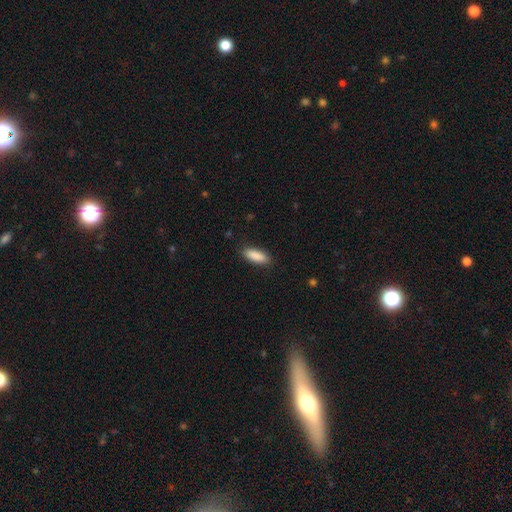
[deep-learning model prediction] Smooth or featured?
  - smooth: 90% *
  - star or artifact: 6%
  - featured or disk: 4%
How rounded?
  - in between: 70% *
  - cigar-shaped: 28%
  - round: 2%
Merging?
  - none: 88% *
  - minor disturbance: 9%
  - major disturbance: 2%
  - merger: 1%